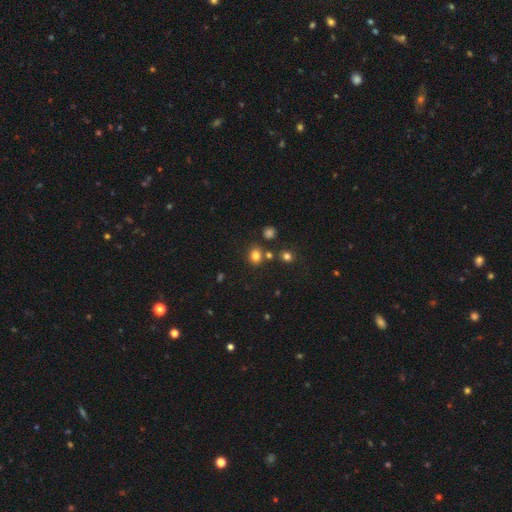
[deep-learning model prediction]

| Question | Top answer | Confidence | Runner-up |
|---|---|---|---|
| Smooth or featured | smooth | 79% | star or artifact (15%) |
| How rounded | round | 68% | in between (31%) |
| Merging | none | 75% | minor disturbance (11%) |